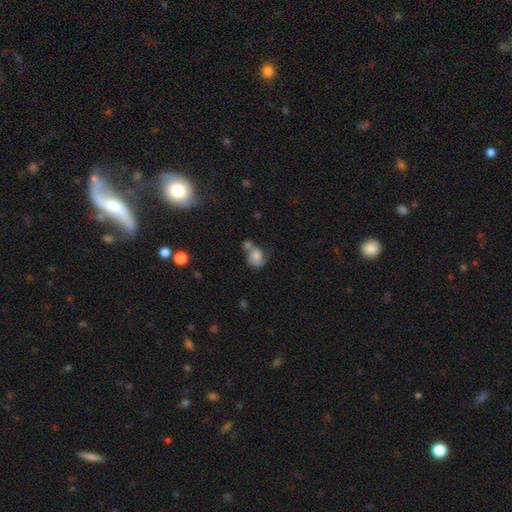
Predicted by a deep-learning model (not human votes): Q: Smooth or featured?
A: smooth (48%); runner-up: featured or disk (41%)
Q: Merging?
A: merger (37%); runner-up: none (28%)